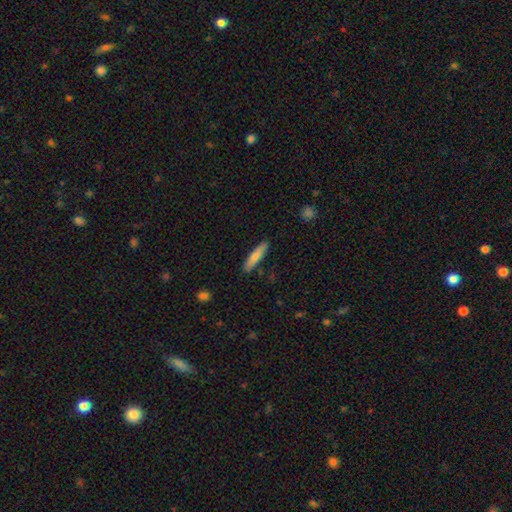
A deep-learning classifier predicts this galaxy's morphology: Smooth or featured?
  - smooth: 77% *
  - featured or disk: 17%
  - star or artifact: 6%
How rounded?
  - cigar-shaped: 86% *
  - in between: 13%
  - round: 1%
Merging?
  - none: 88% *
  - minor disturbance: 9%
  - major disturbance: 2%
  - merger: 1%